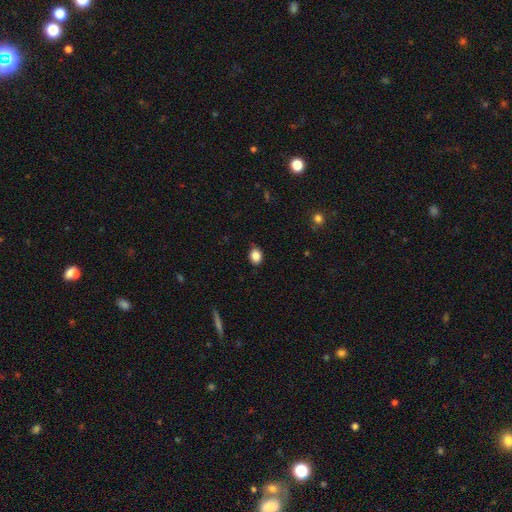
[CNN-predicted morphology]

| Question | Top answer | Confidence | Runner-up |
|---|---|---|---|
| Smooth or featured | smooth | 86% | star or artifact (9%) |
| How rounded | in between | 56% | round (43%) |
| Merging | none | 81% | minor disturbance (15%) |